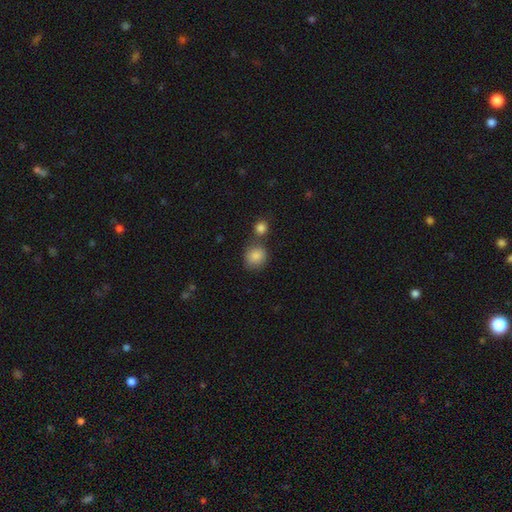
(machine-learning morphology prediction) smooth 86%, star or artifact 9%, featured or disk 5%. Down the decision tree: how rounded — round (81%); merging — none (61%).